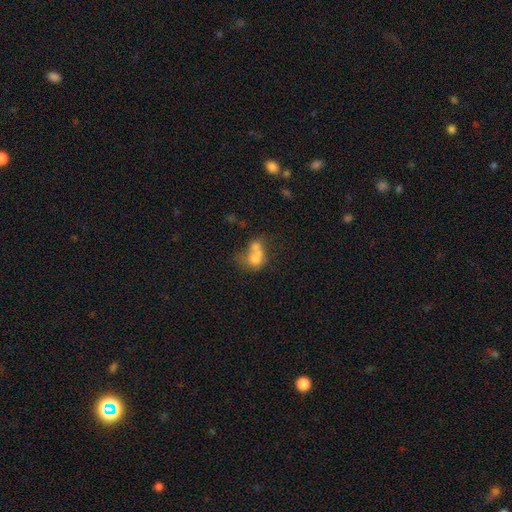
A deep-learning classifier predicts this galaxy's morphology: Smooth or featured?
  - smooth: 63% *
  - featured or disk: 25%
  - star or artifact: 12%
How rounded?
  - in between: 51% *
  - round: 47%
  - cigar-shaped: 1%
Merging?
  - merger: 62% *
  - none: 18%
  - major disturbance: 11%
  - minor disturbance: 9%